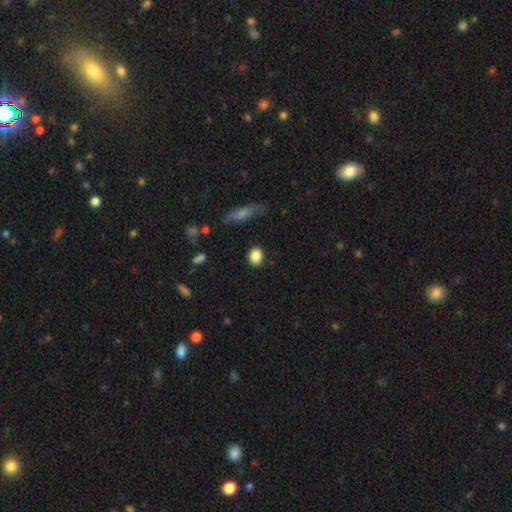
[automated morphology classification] type=smooth (86%); roundness=round (55%); merging=none (87%).